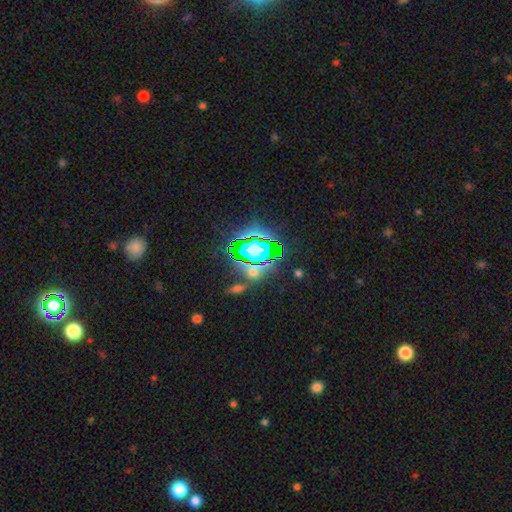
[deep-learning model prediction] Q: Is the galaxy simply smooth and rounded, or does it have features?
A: star or artifact — 82%.